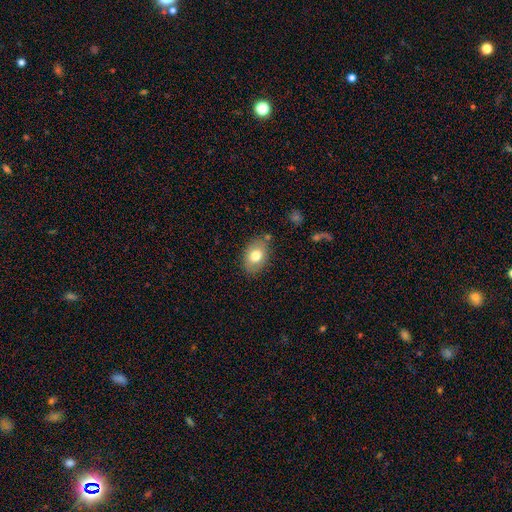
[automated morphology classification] A smooth galaxy with no disk features (75%) that is in between round and cigar-shaped (82%). Merging: none (79%).